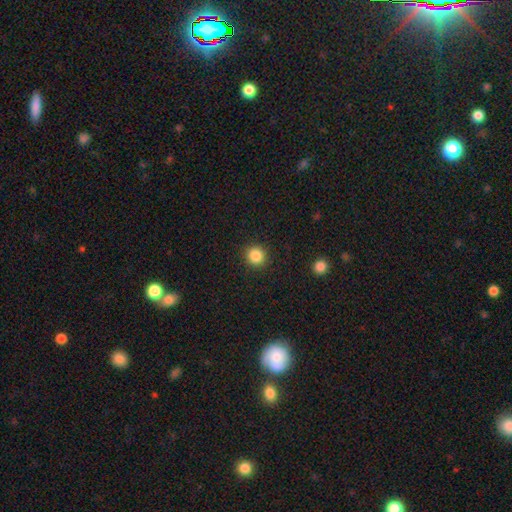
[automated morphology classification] smooth 86%, star or artifact 10%, featured or disk 4%. Down the decision tree: how rounded — round (92%); merging — none (91%).